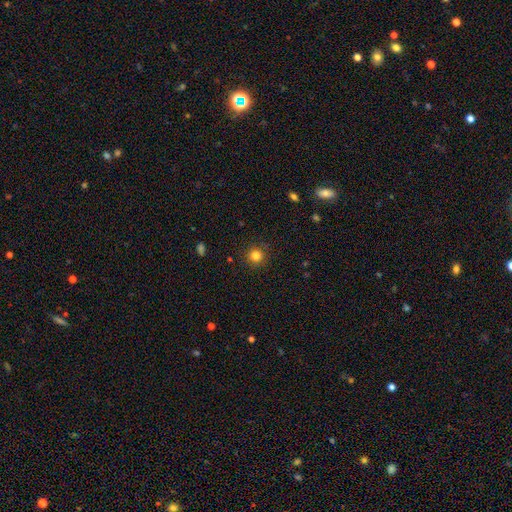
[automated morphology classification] This appears to be a smooth galaxy with no disk features (83%) that is round (94%). Merging: none (90%).